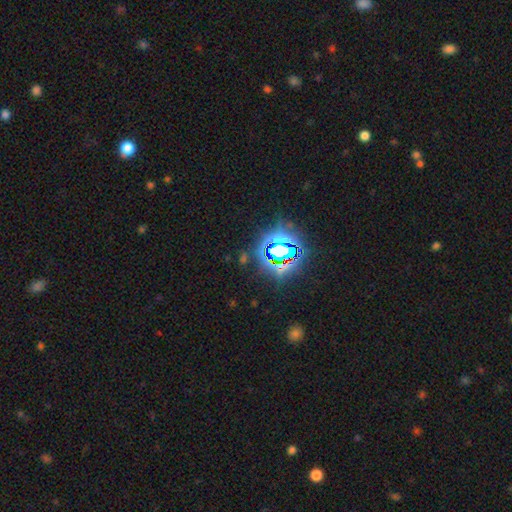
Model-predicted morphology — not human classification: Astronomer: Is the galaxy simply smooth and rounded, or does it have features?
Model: star or artifact — 85%.